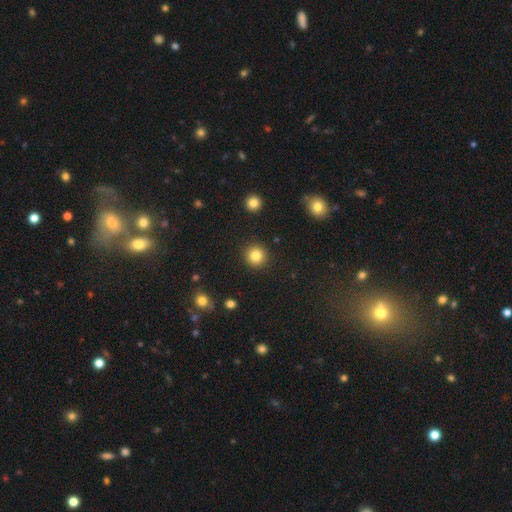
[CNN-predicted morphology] smooth-or-featured: smooth: 83% | star or artifact: 11% | featured or disk: 6%
  how-rounded: round: 94% | in between: 5% | cigar-shaped: 1%
  merging: none: 91% | minor disturbance: 5% | major disturbance: 2% | merger: 1%